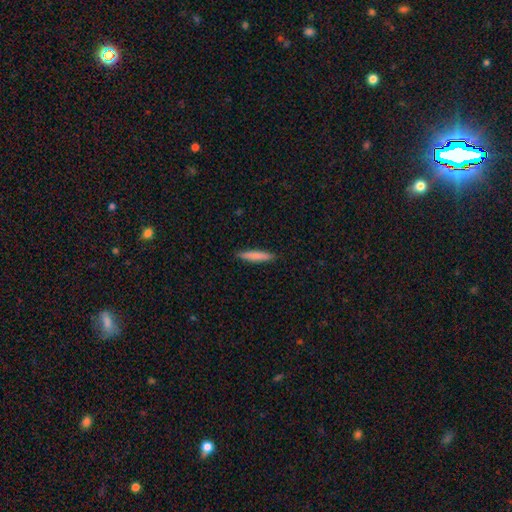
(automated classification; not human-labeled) Smooth or featured? Predicted: smooth (p=0.81). How rounded? Predicted: cigar-shaped (p=0.90). Merging? Predicted: none (p=0.90).